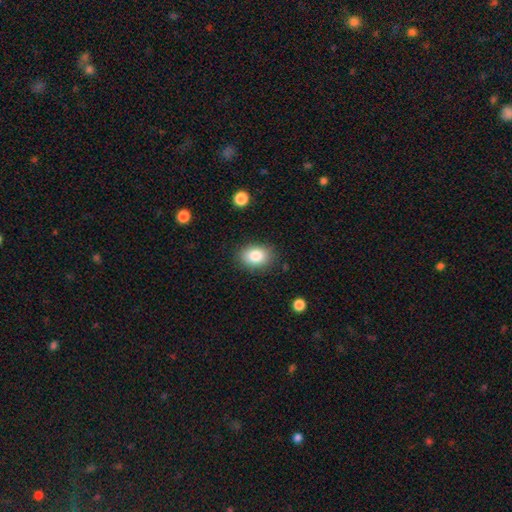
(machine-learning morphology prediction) The model was most divided on "how rounded": in between: 72%, round: 27%, cigar-shaped: 1%. More confident: merging — none (85%); smooth or featured — smooth (84%).